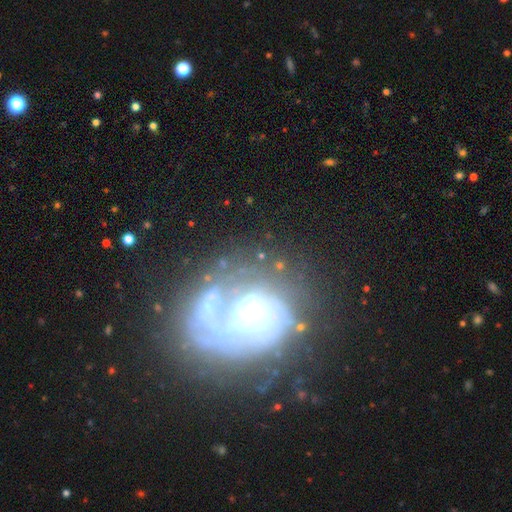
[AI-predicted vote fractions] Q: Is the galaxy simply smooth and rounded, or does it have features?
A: featured or disk — 77%.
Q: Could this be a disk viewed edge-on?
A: no — 97%.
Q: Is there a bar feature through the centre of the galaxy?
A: no — 67%.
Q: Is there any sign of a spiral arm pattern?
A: yes — 85%.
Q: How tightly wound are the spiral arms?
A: tight — 59%.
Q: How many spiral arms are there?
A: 2 — 29%.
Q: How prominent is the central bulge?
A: moderate — 40%.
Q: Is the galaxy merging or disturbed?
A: none — 60%.